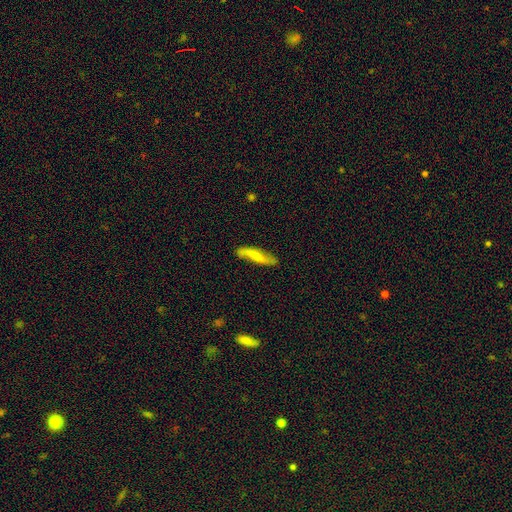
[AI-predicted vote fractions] This appears to be a smooth galaxy with no disk features (50%). Merging: none (75%).